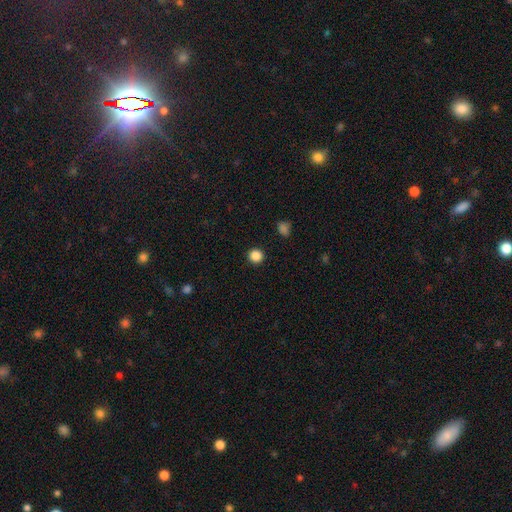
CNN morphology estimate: This is clearly a smooth galaxy (87%). How rounded: clearly round (94%). Merging: clearly none (93%).